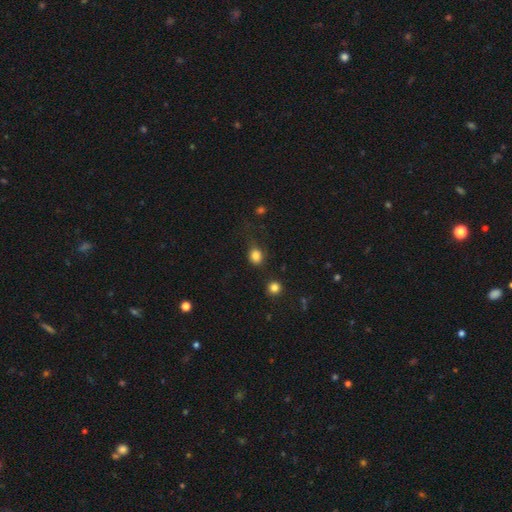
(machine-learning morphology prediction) Overall: smooth (83%). How rounded: round (67%; in between 31%). Merging: none (66%).